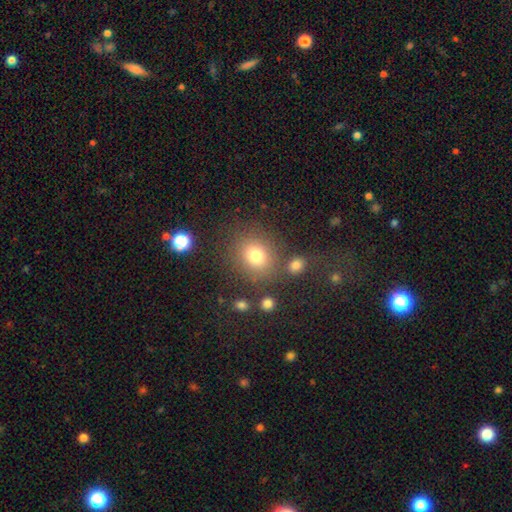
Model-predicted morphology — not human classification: smooth_or_featured: smooth (p=0.76) [alt: star or artifact p=0.14]
how_rounded: round (p=0.71) [alt: in between p=0.28]
merging: none (p=0.77) [alt: minor disturbance p=0.11]